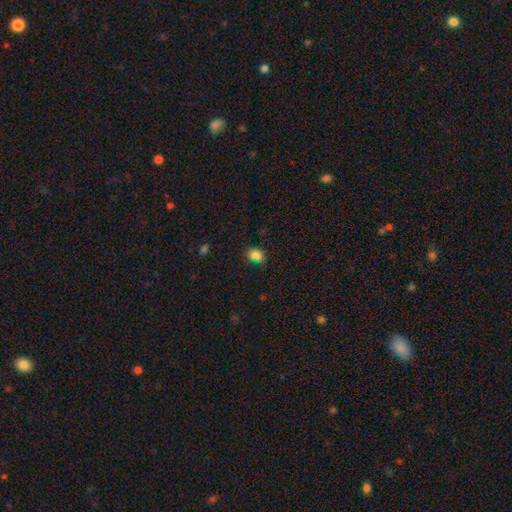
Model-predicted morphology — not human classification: Smooth or featured? Predicted: smooth (p=0.79). How rounded? Predicted: round (p=0.53). Merging? Predicted: none (p=0.63).